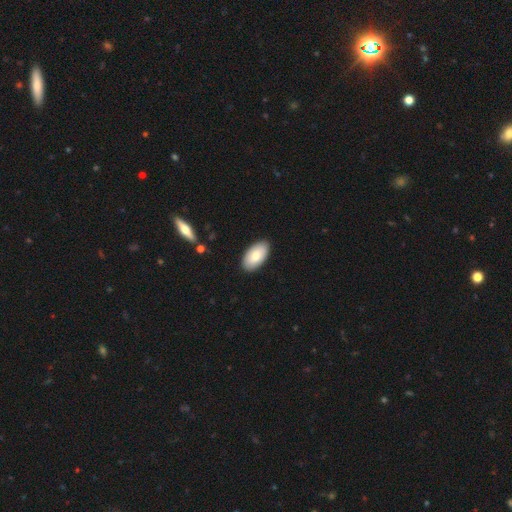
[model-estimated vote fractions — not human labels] This appears to be a smooth galaxy with no disk features (80%) that is in between round and cigar-shaped (96%). Merging: none (88%).